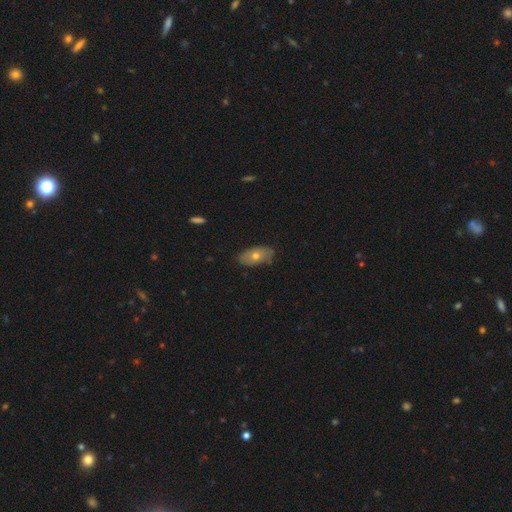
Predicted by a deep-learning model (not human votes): smooth_or_featured: smooth (p=0.59) [alt: featured or disk p=0.32]
how_rounded: in between (p=0.90) [alt: round p=0.06]
merging: none (p=0.81) [alt: minor disturbance p=0.16]